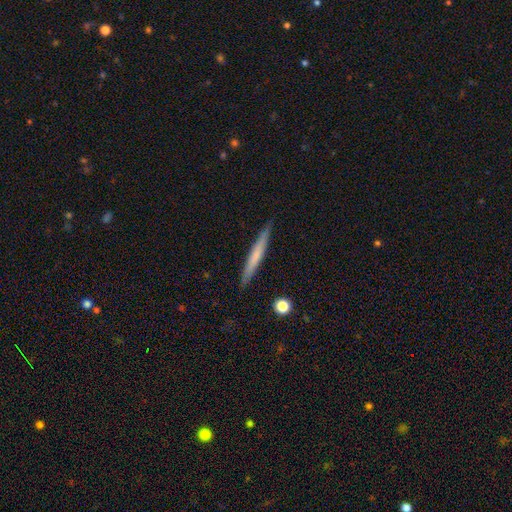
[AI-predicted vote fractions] Smooth or featured?
  - smooth: 54% *
  - featured or disk: 40%
  - star or artifact: 6%
How rounded?
  - cigar-shaped: 96% *
  - in between: 2%
  - round: 1%
Merging?
  - none: 90% *
  - minor disturbance: 7%
  - major disturbance: 1%
  - merger: 1%